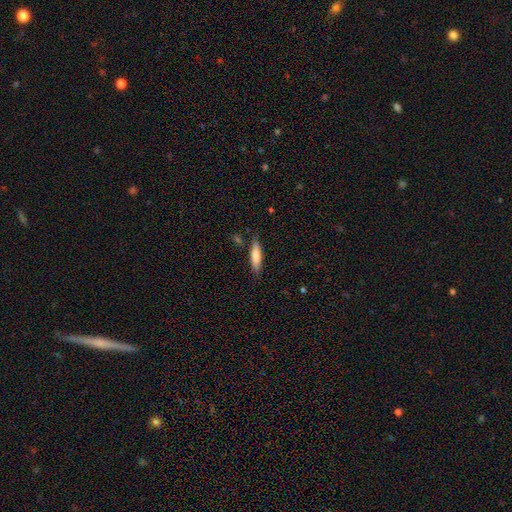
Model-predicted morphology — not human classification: This is likely a smooth galaxy (72%). How rounded: likely cigar-shaped (78%). Merging: clearly none (82%).